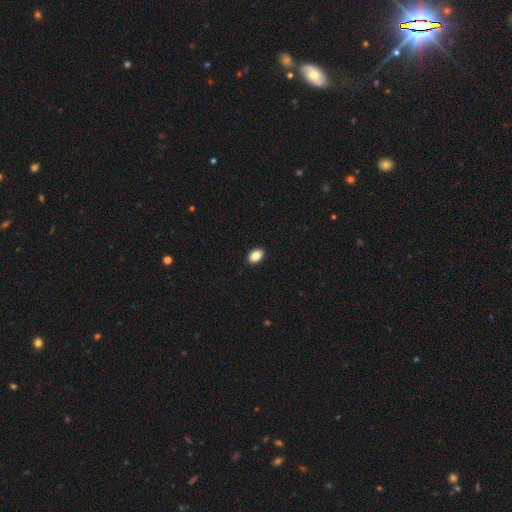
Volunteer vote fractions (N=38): Smooth or featured? smooth (95%)
How rounded? in between (72%)
Merging? none (97%)